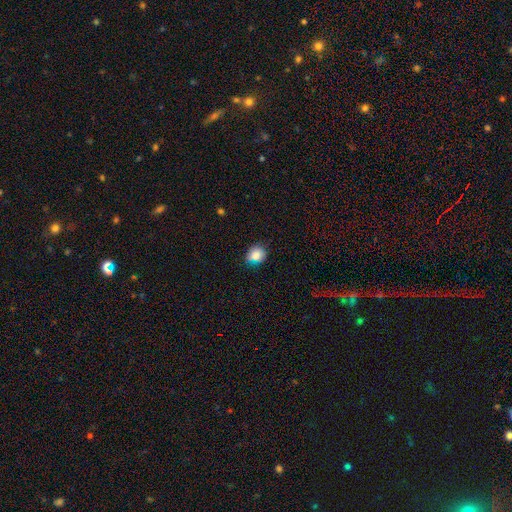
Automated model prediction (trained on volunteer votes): The model was most divided on "how rounded": round: 62%, in between: 37%, cigar-shaped: 1%. More confident: smooth or featured — smooth (84%); merging — none (68%).